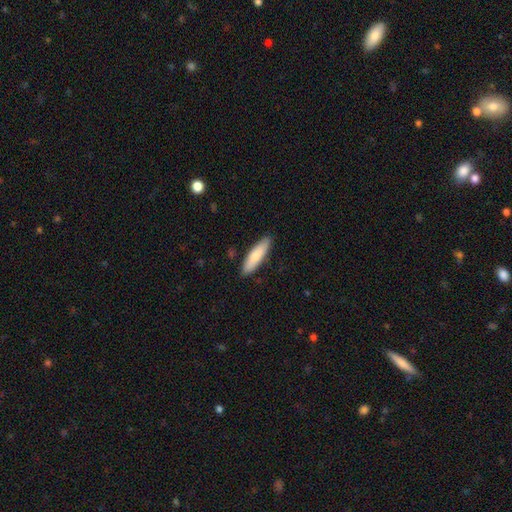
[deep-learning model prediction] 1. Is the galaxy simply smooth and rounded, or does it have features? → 81% smooth, 14% featured or disk, 5% star or artifact.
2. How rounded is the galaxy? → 64% cigar-shaped, 35% in between, 1% round.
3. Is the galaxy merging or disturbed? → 88% none, 9% minor disturbance, 2% major disturbance, 1% merger.